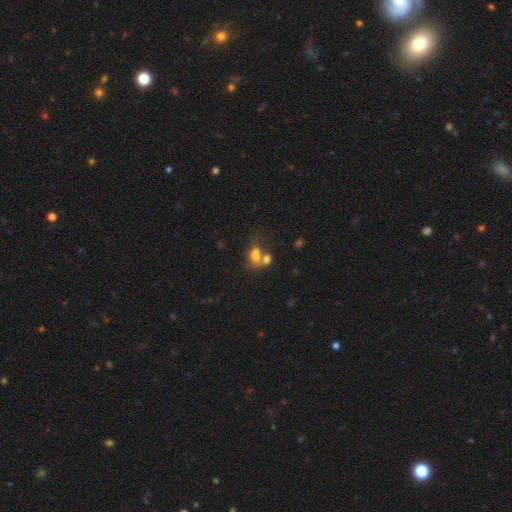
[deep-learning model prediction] smooth-or-featured: smooth: 69% | featured or disk: 18% | star or artifact: 12%
  how-rounded: in between: 62% | round: 37% | cigar-shaped: 2%
  merging: merger: 58% | none: 25% | minor disturbance: 10% | major disturbance: 7%